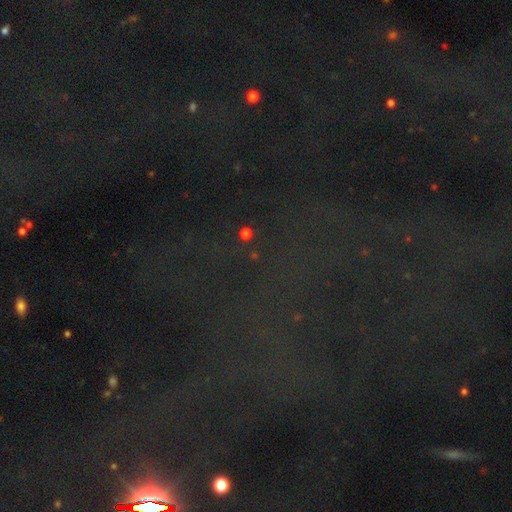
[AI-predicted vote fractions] Morphology: type=star or artifact (82%).